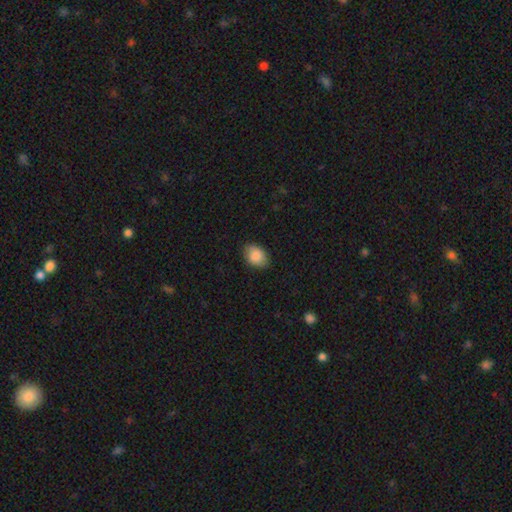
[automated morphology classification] smooth_or_featured: smooth (p=0.88) [alt: star or artifact p=0.07]
how_rounded: in between (p=0.81) [alt: round p=0.18]
merging: none (p=0.83) [alt: minor disturbance p=0.14]